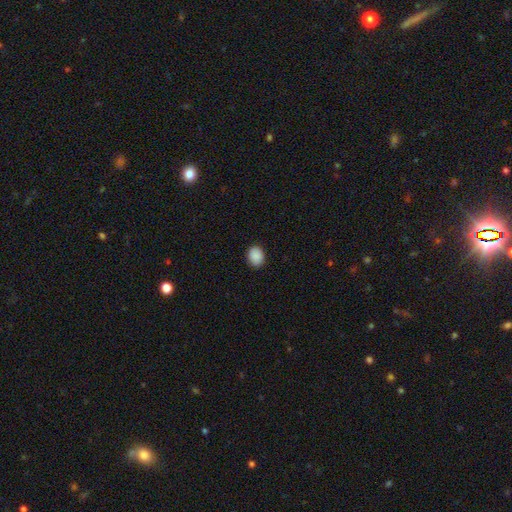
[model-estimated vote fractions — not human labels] Overall: smooth (90%). How rounded: in between (57%; round 42%). Merging: none (90%).